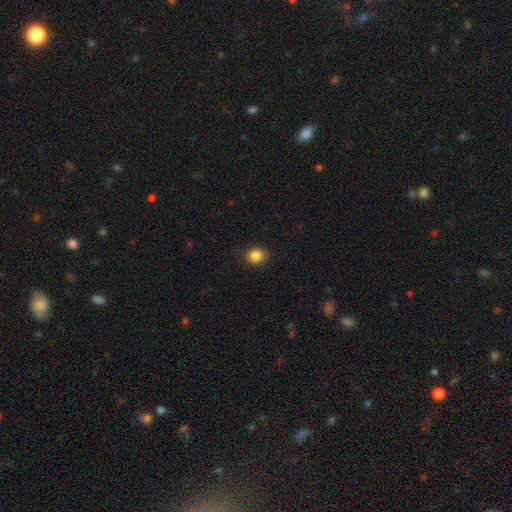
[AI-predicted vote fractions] Q: Smooth or featured?
A: smooth (86%); runner-up: star or artifact (10%)
Q: How rounded?
A: round (61%); runner-up: in between (39%)
Q: Merging?
A: none (89%); runner-up: minor disturbance (8%)